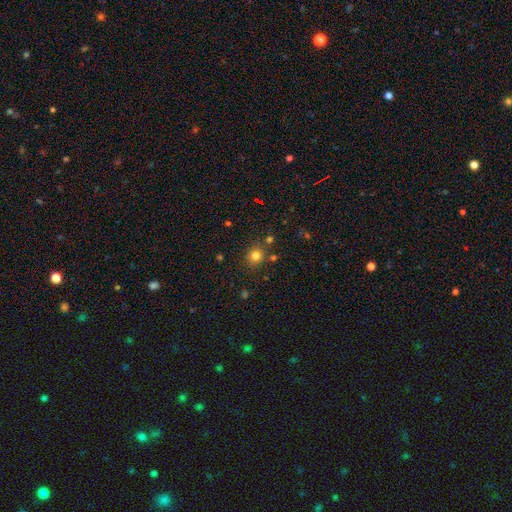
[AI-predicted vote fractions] A smooth galaxy with no disk features (79%) that is round (84%).

Vote fractions:
- Smooth or featured? smooth: 79% / star or artifact: 15% / featured or disk: 6%
- How rounded? round: 84% / in between: 15% / cigar-shaped: 1%
- Merging? none: 80% / minor disturbance: 10% / merger: 7% / major disturbance: 3%